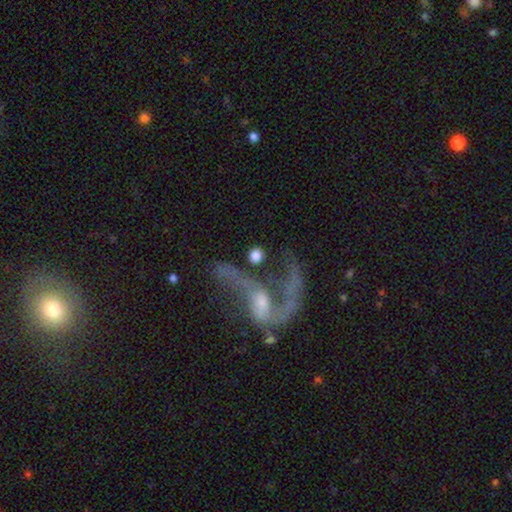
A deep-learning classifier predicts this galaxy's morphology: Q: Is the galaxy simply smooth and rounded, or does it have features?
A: smooth — 69%.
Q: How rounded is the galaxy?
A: round — 82%.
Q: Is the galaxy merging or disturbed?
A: none — 59%.